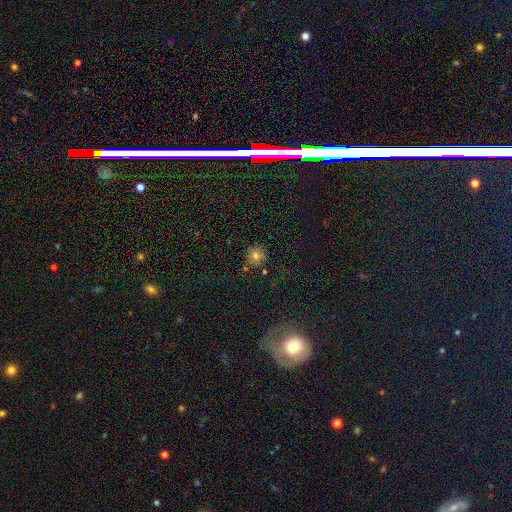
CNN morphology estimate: Q: Smooth or featured?
A: smooth (74%); runner-up: star or artifact (17%)
Q: How rounded?
A: round (91%); runner-up: in between (8%)
Q: Merging?
A: none (79%); runner-up: minor disturbance (12%)